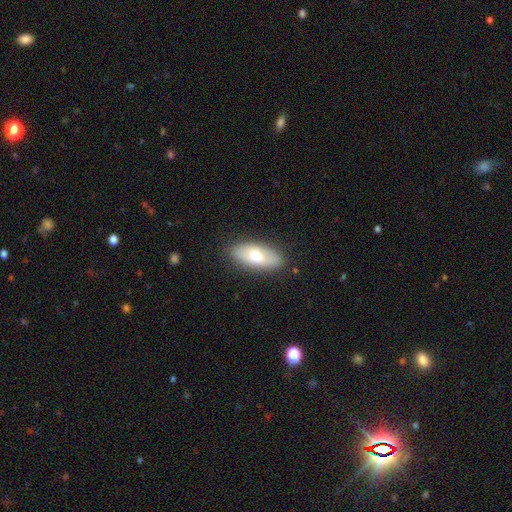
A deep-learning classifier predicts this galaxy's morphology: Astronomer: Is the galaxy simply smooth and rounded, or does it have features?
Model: smooth — 72%.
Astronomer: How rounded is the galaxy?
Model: in between — 82%.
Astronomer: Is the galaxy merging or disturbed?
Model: none — 83%.